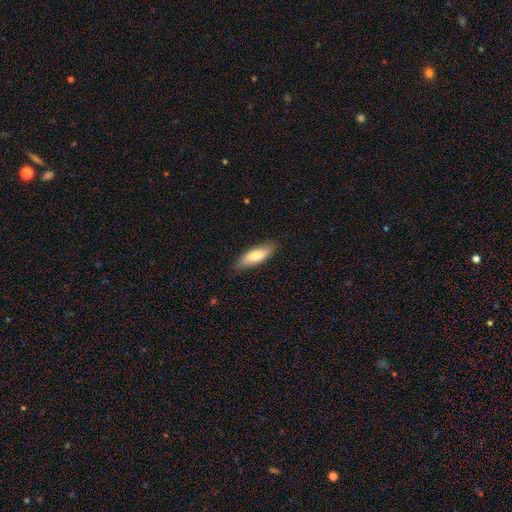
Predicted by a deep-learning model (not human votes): The model was most divided on "how rounded": in between: 55%, cigar-shaped: 43%, round: 2%. More confident: merging — none (83%); smooth or featured — smooth (74%).